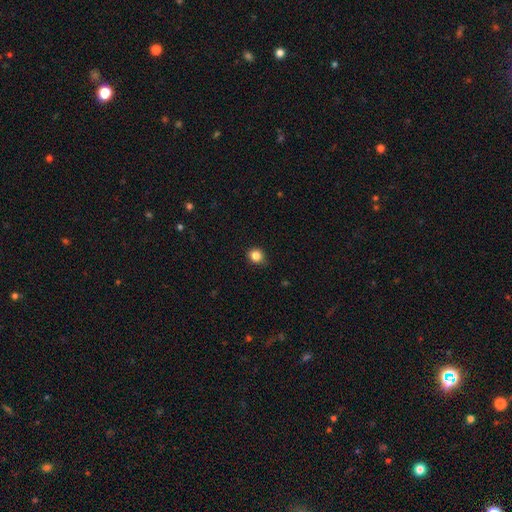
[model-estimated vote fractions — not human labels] Smooth or featured?
  - smooth: 85% *
  - star or artifact: 11%
  - featured or disk: 4%
How rounded?
  - round: 83% *
  - in between: 16%
  - cigar-shaped: 1%
Merging?
  - none: 86% *
  - minor disturbance: 11%
  - major disturbance: 2%
  - merger: 1%